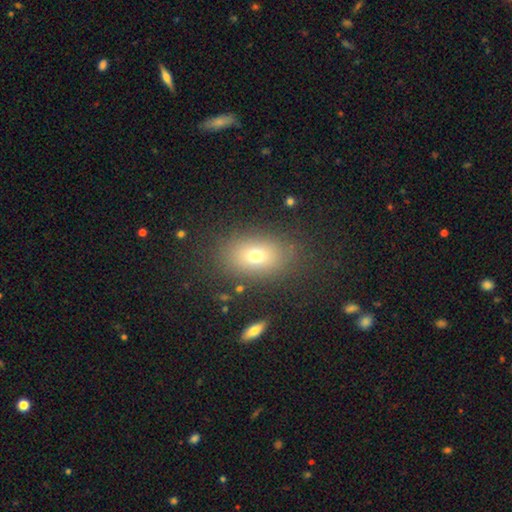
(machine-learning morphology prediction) smooth 71%, featured or disk 15%, star or artifact 14%. Down the decision tree: how rounded — in between (77%); merging — none (82%).